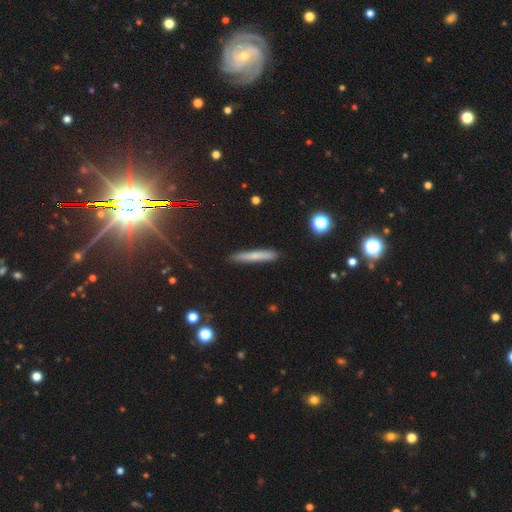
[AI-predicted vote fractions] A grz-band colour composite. It shows a smooth galaxy with no disk features (65%) that is cigar-shaped (94%). Merging: none (87%).